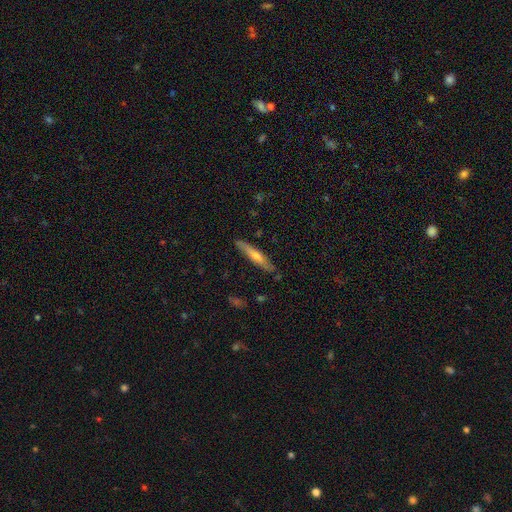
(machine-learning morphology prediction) Smooth or featured? featured or disk (51%)
Edge-on disk? yes (92%)
Merging? none (86%)